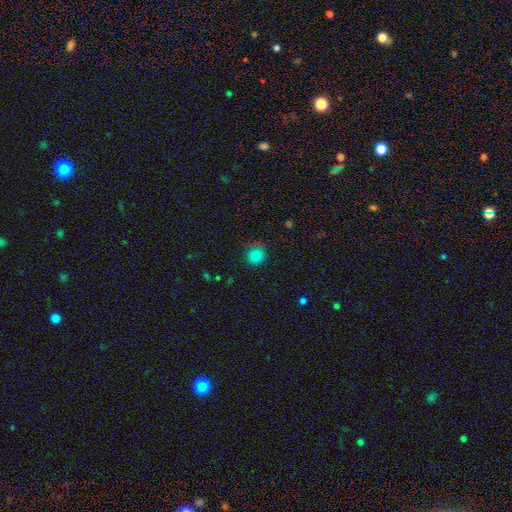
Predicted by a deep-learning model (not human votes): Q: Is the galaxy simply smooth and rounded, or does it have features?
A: smooth — 83%.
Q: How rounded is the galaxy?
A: round — 89%.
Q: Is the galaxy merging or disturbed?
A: none — 82%.